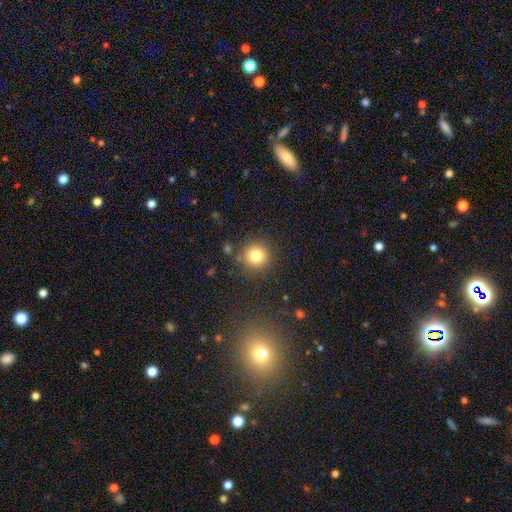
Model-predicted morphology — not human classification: Smooth or featured? smooth (80%)
How rounded? round (93%)
Merging? none (84%)